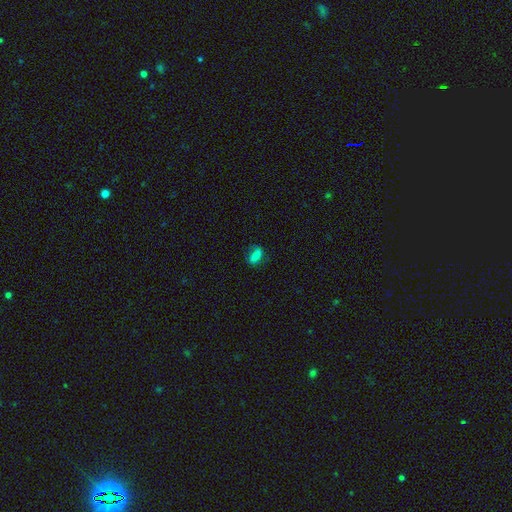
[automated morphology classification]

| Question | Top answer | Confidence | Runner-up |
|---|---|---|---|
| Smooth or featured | smooth | 74% | featured or disk (14%) |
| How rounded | in between | 70% | cigar-shaped (23%) |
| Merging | none | 65% | minor disturbance (23%) |